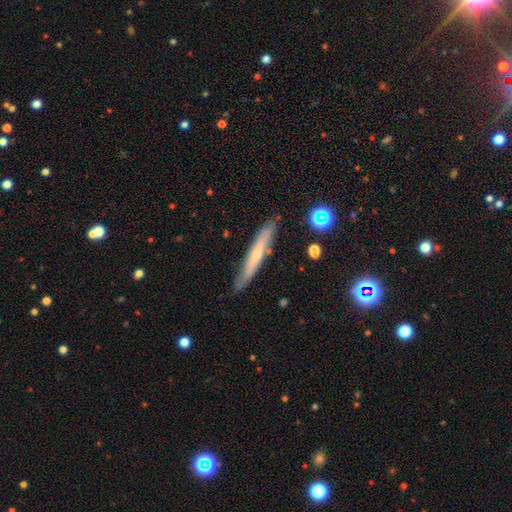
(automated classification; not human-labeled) Smooth or featured? Predicted: featured or disk (p=0.48). Merging? Predicted: none (p=0.82).